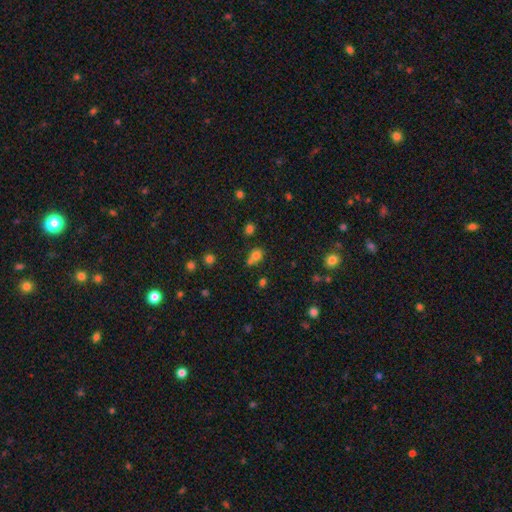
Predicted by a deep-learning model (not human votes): A smooth galaxy with no disk features (73%) that is round (72%).

Vote fractions:
- Smooth or featured? smooth: 73% / star or artifact: 18% / featured or disk: 9%
- How rounded? round: 72% / in between: 27% / cigar-shaped: 1%
- Merging? none: 46% / merger: 38% / minor disturbance: 11% / major disturbance: 4%